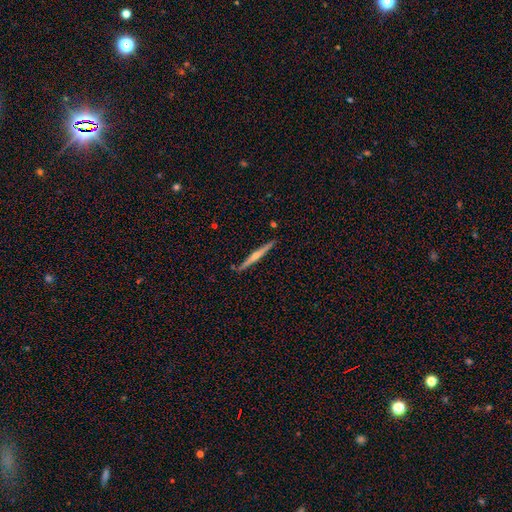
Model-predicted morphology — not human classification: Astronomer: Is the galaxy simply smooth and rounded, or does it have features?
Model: featured or disk — 76%.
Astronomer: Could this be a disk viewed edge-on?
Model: yes — 98%.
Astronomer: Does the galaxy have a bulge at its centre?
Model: rounded — 84%.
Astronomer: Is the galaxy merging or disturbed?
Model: none — 90%.